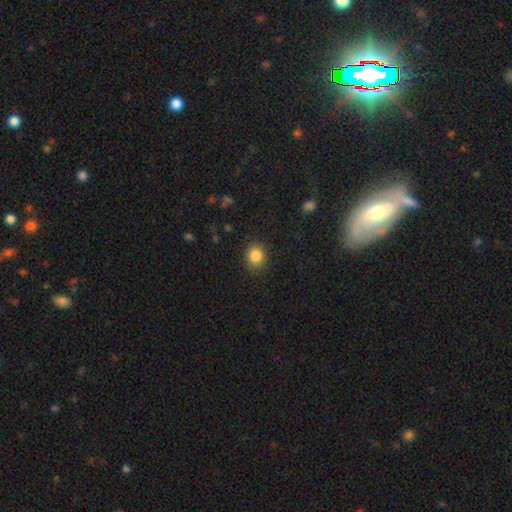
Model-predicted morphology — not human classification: Smooth or featured?
  - smooth: 86% *
  - star or artifact: 10%
  - featured or disk: 4%
How rounded?
  - round: 73% *
  - in between: 26%
  - cigar-shaped: 1%
Merging?
  - none: 88% *
  - minor disturbance: 8%
  - major disturbance: 3%
  - merger: 1%